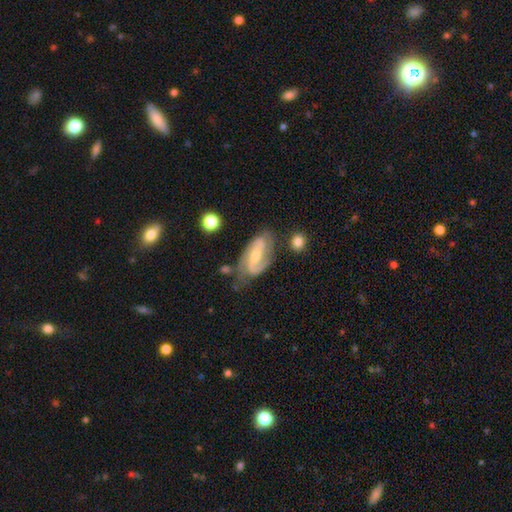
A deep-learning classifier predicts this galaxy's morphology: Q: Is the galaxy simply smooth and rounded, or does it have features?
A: featured or disk — 79%.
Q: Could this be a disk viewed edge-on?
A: no — 95%.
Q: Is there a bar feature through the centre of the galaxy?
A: weak — 41%.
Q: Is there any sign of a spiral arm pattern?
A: yes — 94%.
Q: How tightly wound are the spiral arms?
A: medium — 46%.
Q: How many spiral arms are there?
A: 2 — 84%.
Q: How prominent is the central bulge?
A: small — 51%.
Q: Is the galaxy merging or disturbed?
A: none — 64%.